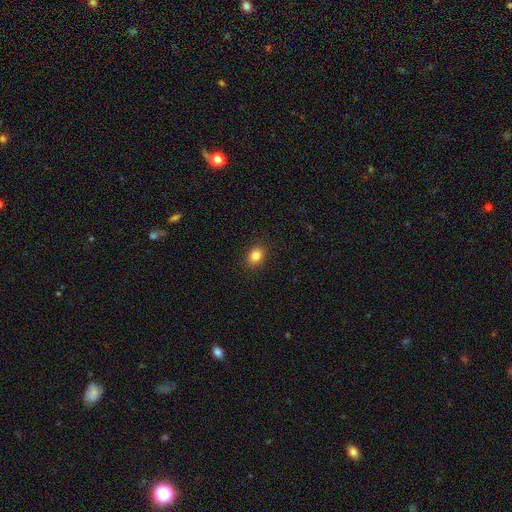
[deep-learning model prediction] smooth_or_featured: smooth (p=0.84) [alt: star or artifact p=0.11]
how_rounded: in between (p=0.55) [alt: round p=0.44]
merging: none (p=0.90) [alt: minor disturbance p=0.07]